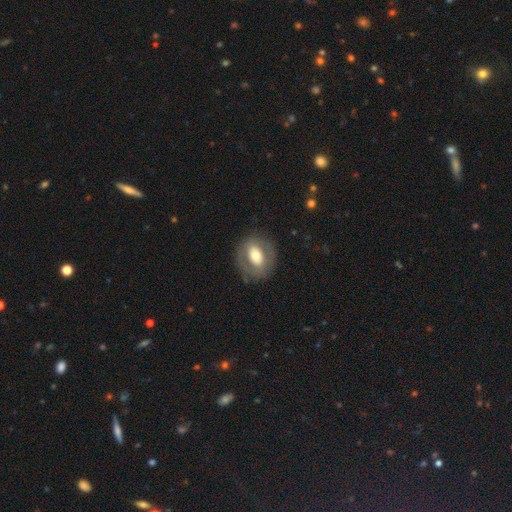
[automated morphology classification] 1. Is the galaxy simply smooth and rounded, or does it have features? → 48% smooth, 45% featured or disk, 7% star or artifact.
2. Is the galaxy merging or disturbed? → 78% none, 13% minor disturbance, 8% major disturbance, 1% merger.